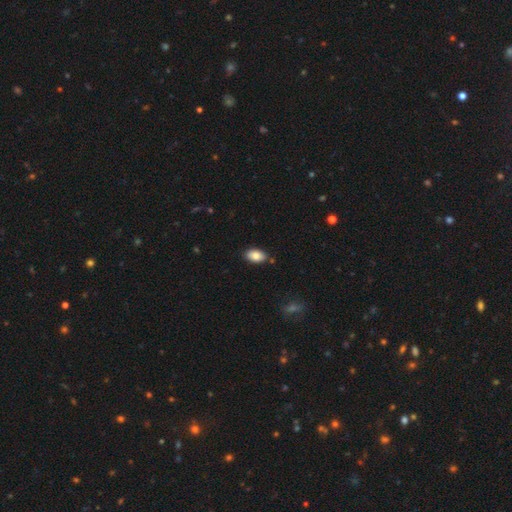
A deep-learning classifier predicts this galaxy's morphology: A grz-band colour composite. It shows a smooth galaxy with no disk features (85%) that is in between round and cigar-shaped (92%). Merging: none (83%).